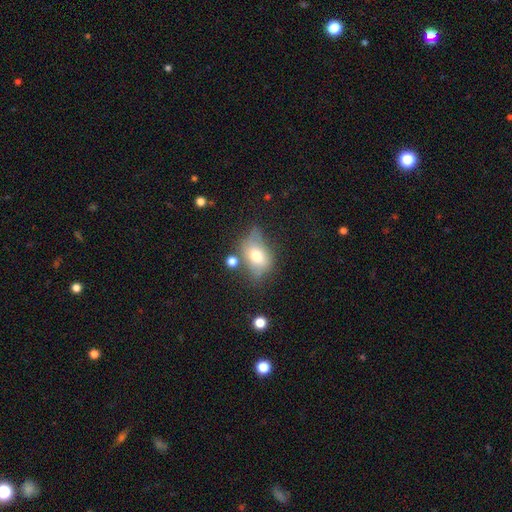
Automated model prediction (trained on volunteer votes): Overall: smooth (65%; featured or disk 26%). How rounded: in between (80%). Merging: none (43%; minor disturbance 31%).